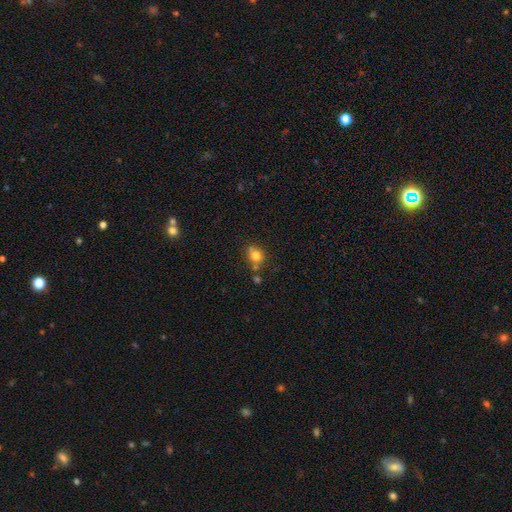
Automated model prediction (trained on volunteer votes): A smooth galaxy with no disk features (77%) that is round (63%). Merging: none (55%).